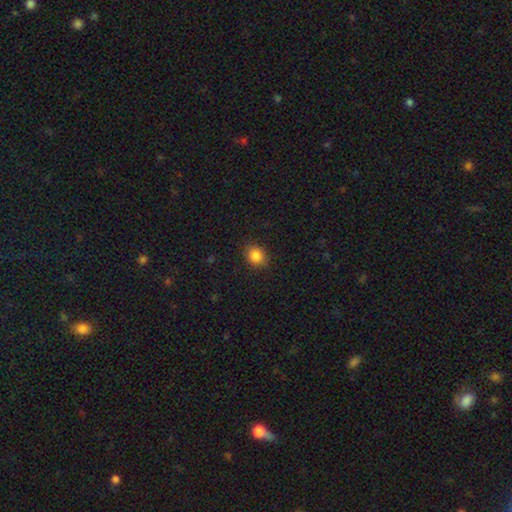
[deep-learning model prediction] Smooth or featured? smooth (86%)
How rounded? round (67%)
Merging? none (87%)